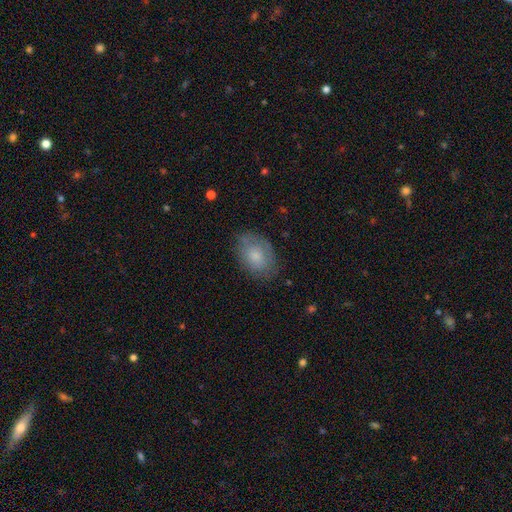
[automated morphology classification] Smooth or featured? Predicted: smooth (p=0.68). How rounded? Predicted: in between (p=0.80). Merging? Predicted: none (p=0.69).